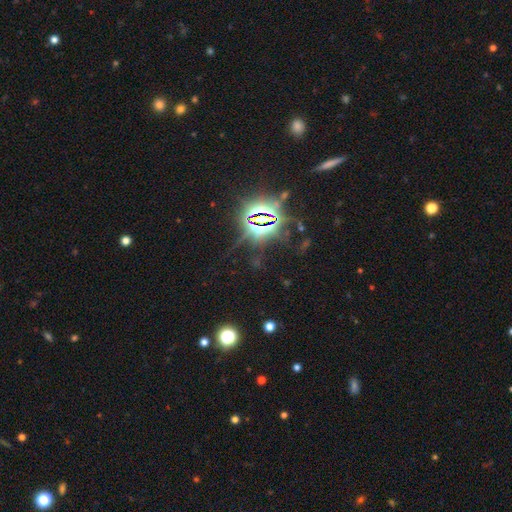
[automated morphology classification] This appears to be a star or artifact, not a galaxy (85%).